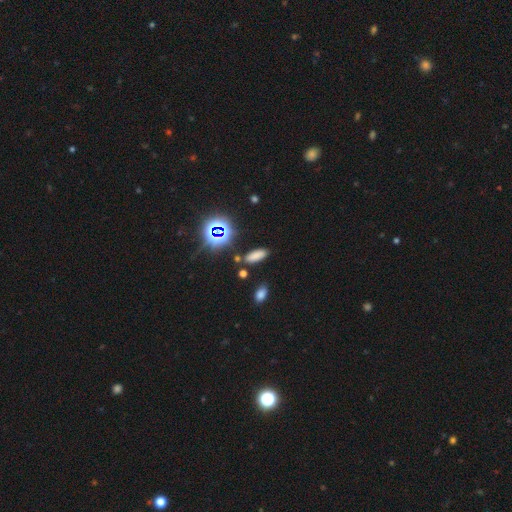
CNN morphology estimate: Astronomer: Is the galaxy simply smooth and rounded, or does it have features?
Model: smooth — 71%.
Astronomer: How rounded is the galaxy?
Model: in between — 71%.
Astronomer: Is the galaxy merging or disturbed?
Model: none — 84%.